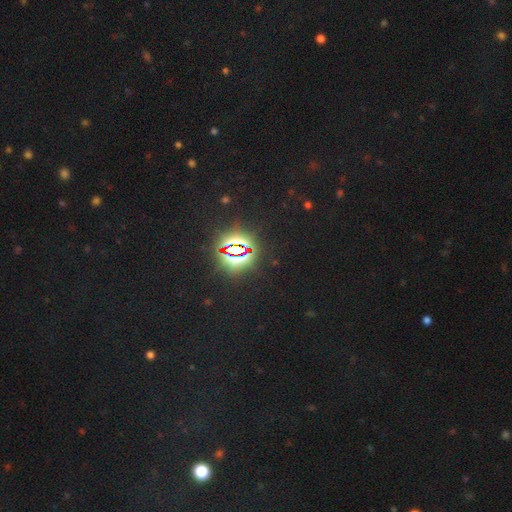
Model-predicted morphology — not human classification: Smooth or featured? star or artifact (78%)